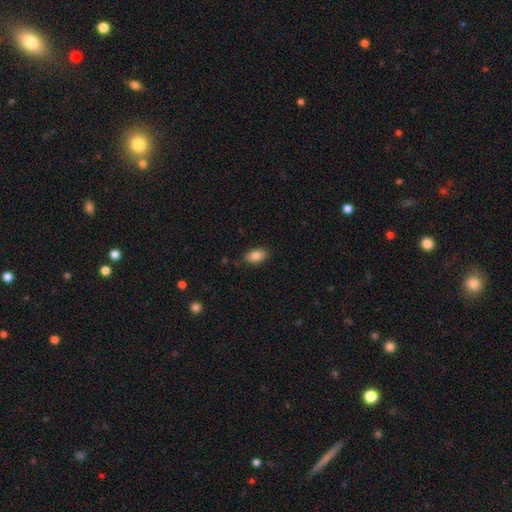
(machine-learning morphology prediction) smooth_or_featured: smooth (p=0.85) [alt: star or artifact p=0.08]
how_rounded: in between (p=0.92) [alt: round p=0.06]
merging: none (p=0.83) [alt: minor disturbance p=0.13]